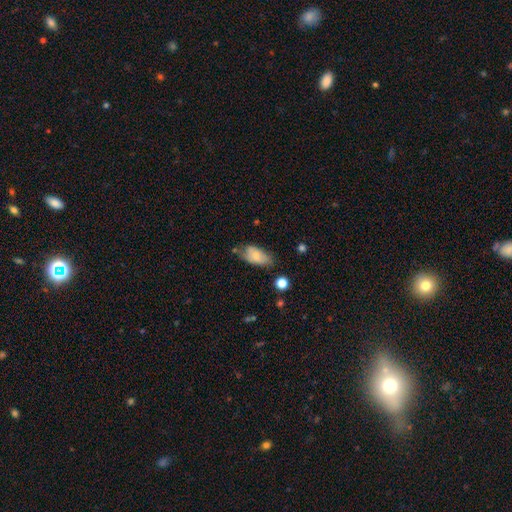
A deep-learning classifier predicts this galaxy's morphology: smooth-or-featured: smooth: 75% | featured or disk: 17% | star or artifact: 7%
  how-rounded: in between: 92% | cigar-shaped: 5% | round: 3%
  merging: none: 54% | minor disturbance: 32% | major disturbance: 9% | merger: 5%